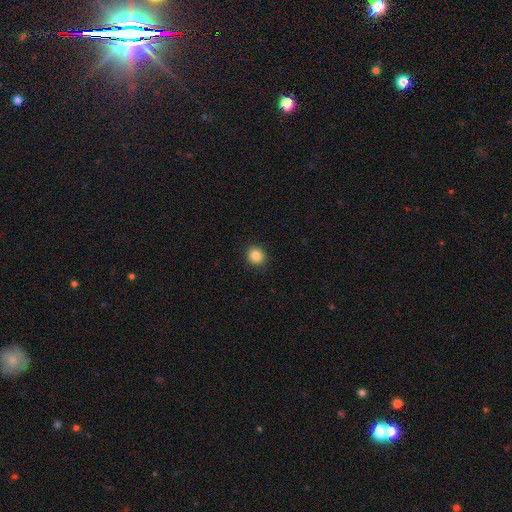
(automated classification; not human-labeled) Smooth or featured?
  - smooth: 85% *
  - star or artifact: 11%
  - featured or disk: 5%
How rounded?
  - round: 89% *
  - in between: 10%
  - cigar-shaped: 1%
Merging?
  - none: 92% *
  - minor disturbance: 6%
  - major disturbance: 2%
  - merger: 1%